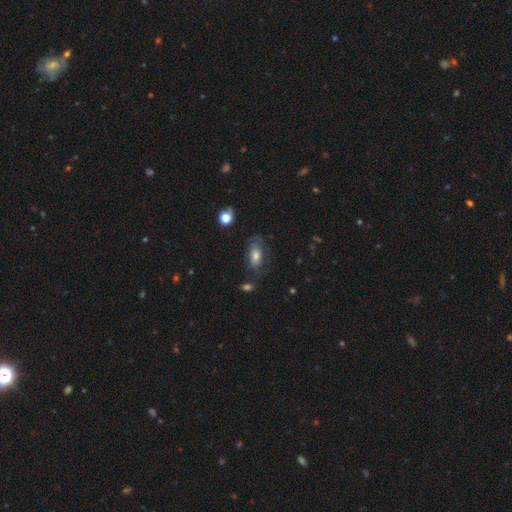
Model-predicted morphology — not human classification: Smooth or featured? smooth (50%)
Merging? none (53%)